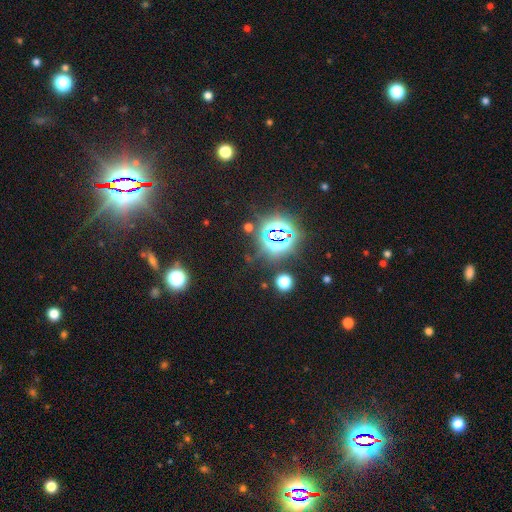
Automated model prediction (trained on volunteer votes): This appears to be a star or artifact, not a galaxy (80%).